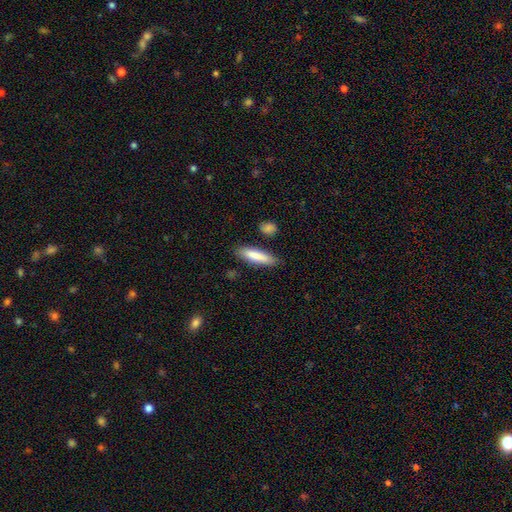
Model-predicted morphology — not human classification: smooth_or_featured: smooth (p=0.81) [alt: featured or disk p=0.13]
how_rounded: cigar-shaped (p=0.74) [alt: in between p=0.24]
merging: none (p=0.85) [alt: minor disturbance p=0.10]